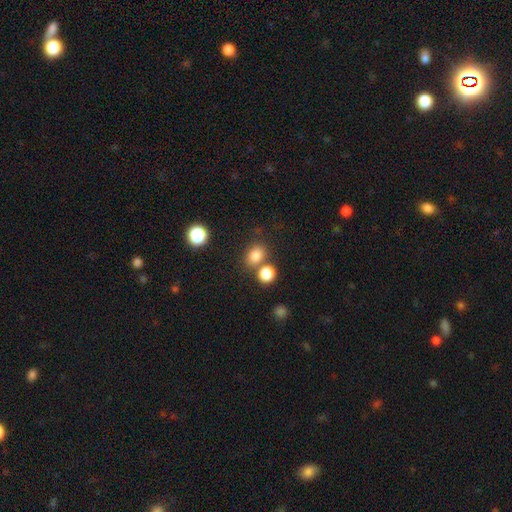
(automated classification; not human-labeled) Overall: smooth (81%). How rounded: round (50%; in between 49%). Merging: none (64%).